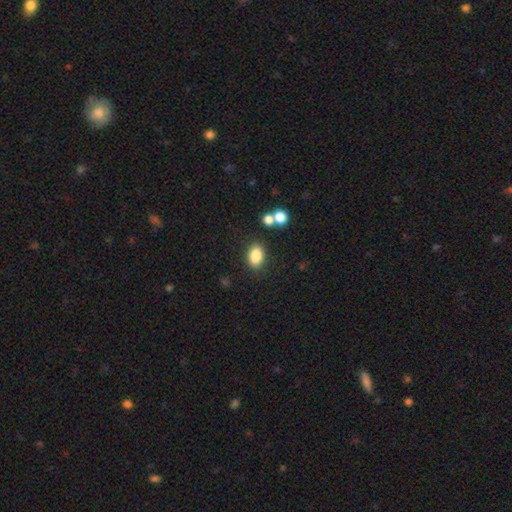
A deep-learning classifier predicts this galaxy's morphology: type=smooth (85%); roundness=in between (82%); merging=none (80%).